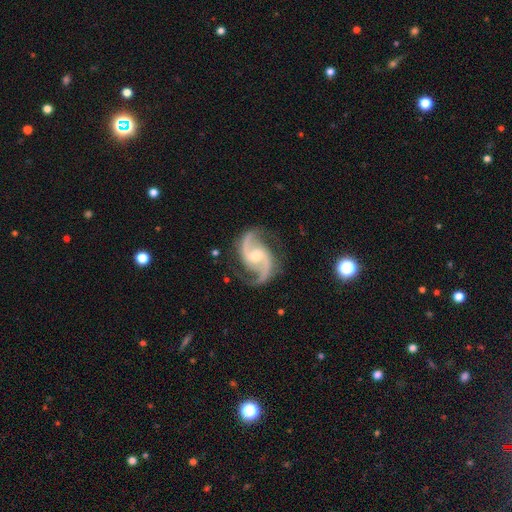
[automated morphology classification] This is clearly a featured or disk galaxy (93%). It is clearly not viewed edge-on (98%). Bar: marginally no (44%). Spiral arm pattern: clearly yes (98%). Spiral arm count: clearly 2 (94%). Spiral winding: possibly medium (57%). Central bulge: likely moderate (61%). Merging: clearly none (80%).